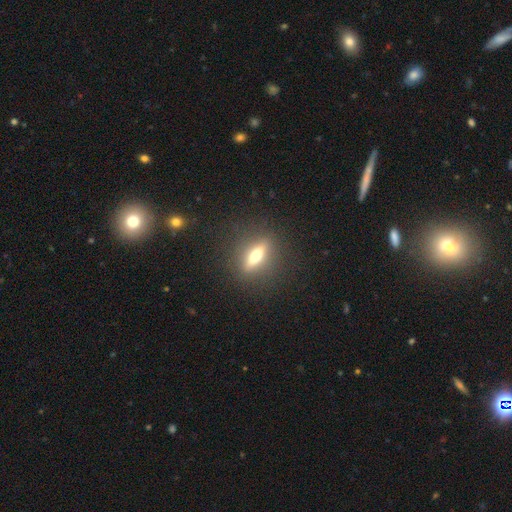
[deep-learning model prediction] smooth_or_featured: featured or disk (p=0.49) [alt: smooth p=0.42]
merging: none (p=0.86) [alt: minor disturbance p=0.08]